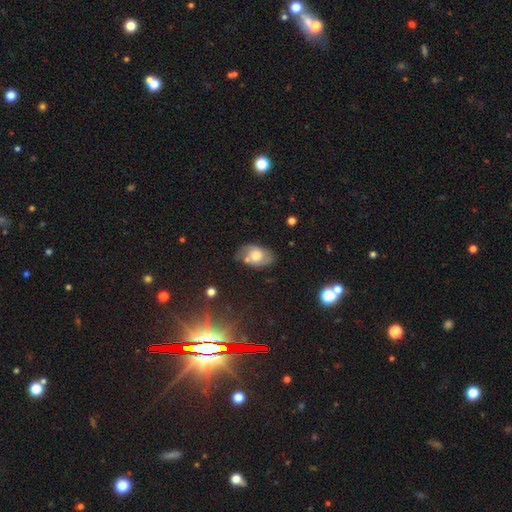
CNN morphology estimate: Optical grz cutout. It shows a smooth galaxy with no disk features (55%) that is in between round and cigar-shaped (87%). Merging: none (60%).